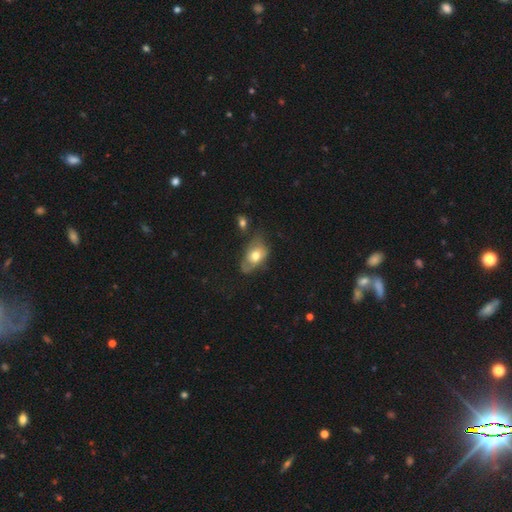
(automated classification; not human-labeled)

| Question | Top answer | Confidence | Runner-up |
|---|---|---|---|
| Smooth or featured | smooth | 57% | featured or disk (35%) |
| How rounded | in between | 87% | round (10%) |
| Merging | none | 43% | minor disturbance (34%) |